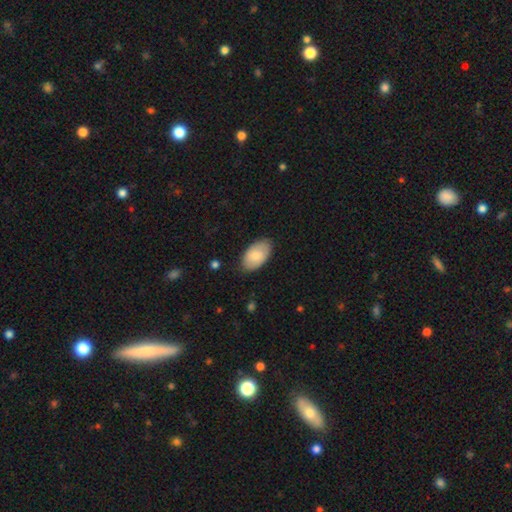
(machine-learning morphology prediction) This is likely a smooth galaxy (76%). How rounded: clearly in between (94%). Merging: clearly none (80%).